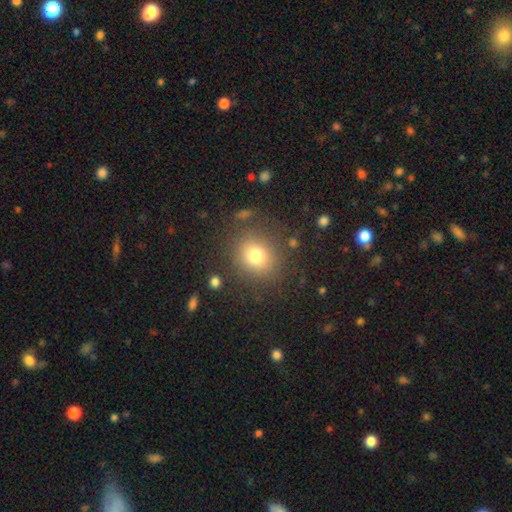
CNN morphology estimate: The model was most divided on "how rounded": round: 80%, in between: 19%, cigar-shaped: 1%. More confident: merging — none (82%); smooth or featured — smooth (76%).